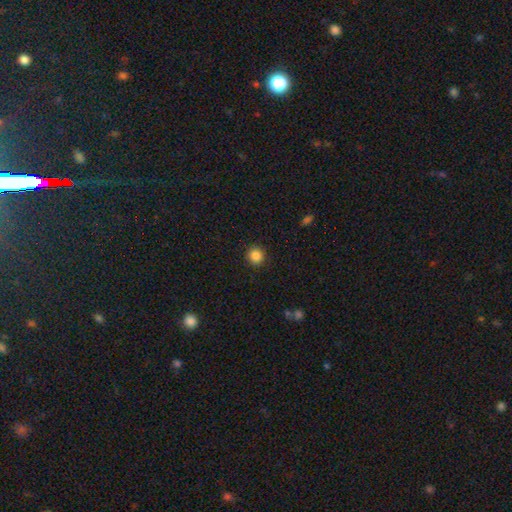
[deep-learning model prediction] Smooth or featured? Predicted: smooth (p=0.86). How rounded? Predicted: round (p=0.93). Merging? Predicted: none (p=0.92).